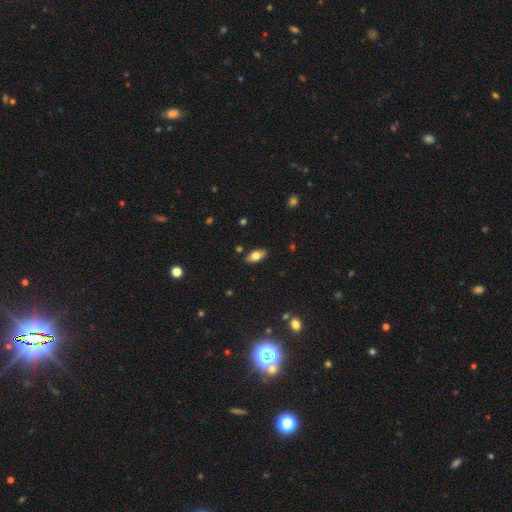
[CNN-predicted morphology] type=smooth (70%); roundness=in between (87%); merging=none (87%).